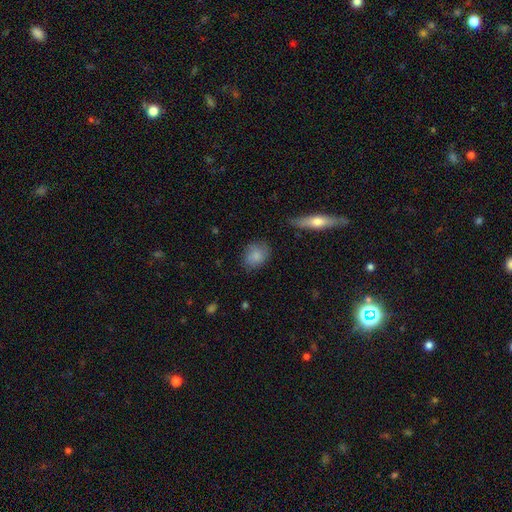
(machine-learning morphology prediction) The model was most divided on "how rounded": in between: 53%, round: 45%, cigar-shaped: 2%. More confident: smooth or featured — smooth (83%); merging — none (75%).